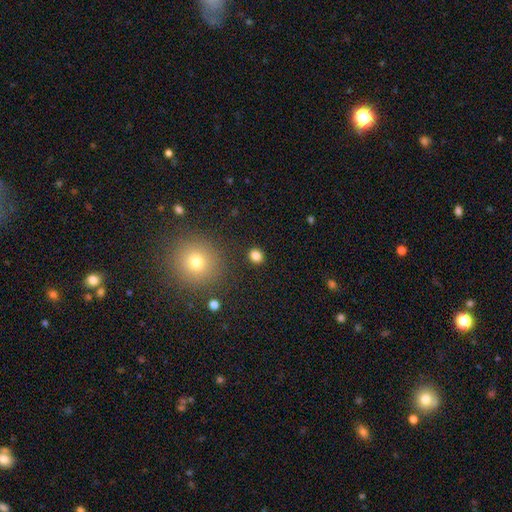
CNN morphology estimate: A smooth galaxy with no disk features (83%) that is round (76%). Merging: none (89%).